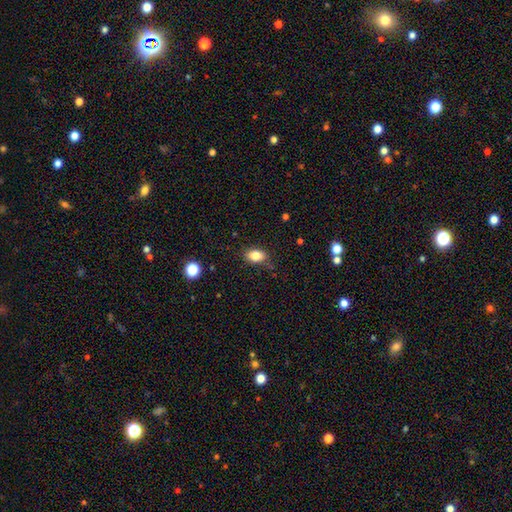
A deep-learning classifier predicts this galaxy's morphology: Smooth or featured? Predicted: smooth (p=0.83). How rounded? Predicted: in between (p=0.82). Merging? Predicted: none (p=0.80).